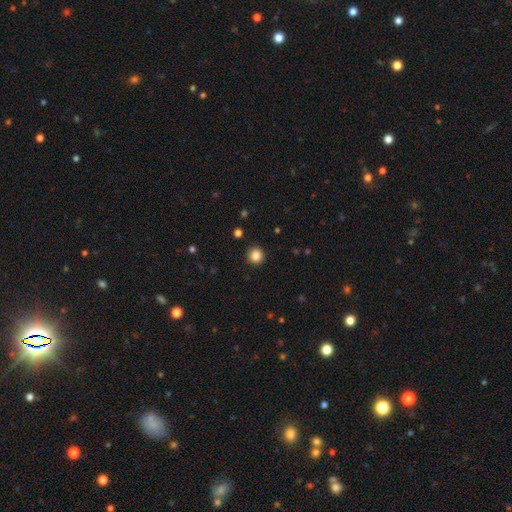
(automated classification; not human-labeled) Morphology: type=smooth (84%); roundness=round (92%); merging=none (91%).